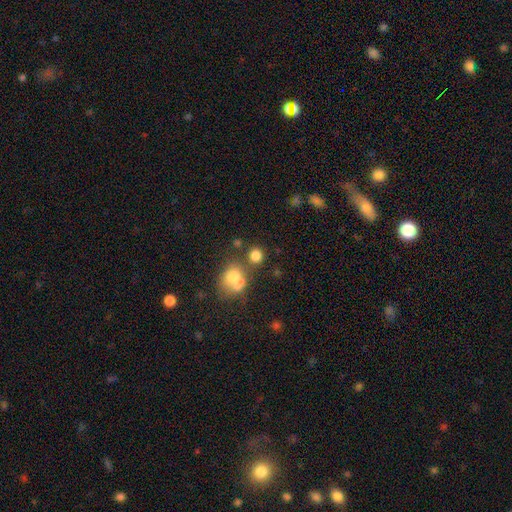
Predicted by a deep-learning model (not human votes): smooth-or-featured: smooth: 78% | star or artifact: 13% | featured or disk: 9%
  how-rounded: round: 84% | in between: 15% | cigar-shaped: 1%
  merging: none: 66% | merger: 21% | minor disturbance: 9% | major disturbance: 4%